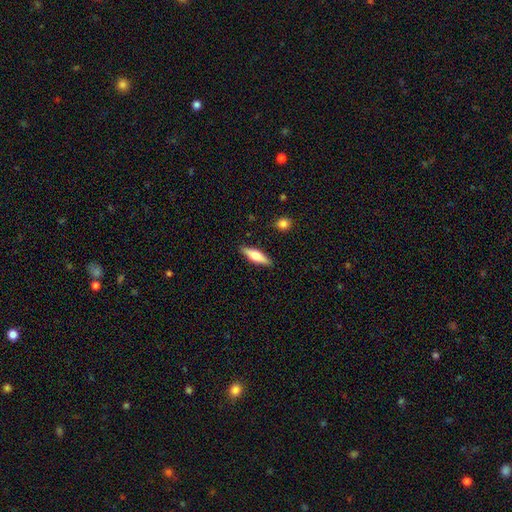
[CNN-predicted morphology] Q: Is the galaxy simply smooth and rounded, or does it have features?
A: smooth — 55%.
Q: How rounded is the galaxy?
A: cigar-shaped — 61%.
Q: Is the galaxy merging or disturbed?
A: none — 88%.